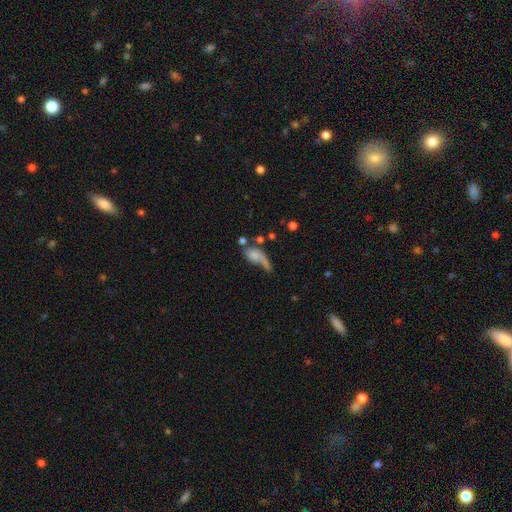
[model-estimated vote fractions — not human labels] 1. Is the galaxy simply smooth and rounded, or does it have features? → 62% smooth, 27% featured or disk, 11% star or artifact.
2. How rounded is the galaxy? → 71% in between, 18% round, 11% cigar-shaped.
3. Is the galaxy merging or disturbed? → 35% major disturbance, 25% merger, 23% none, 17% minor disturbance.